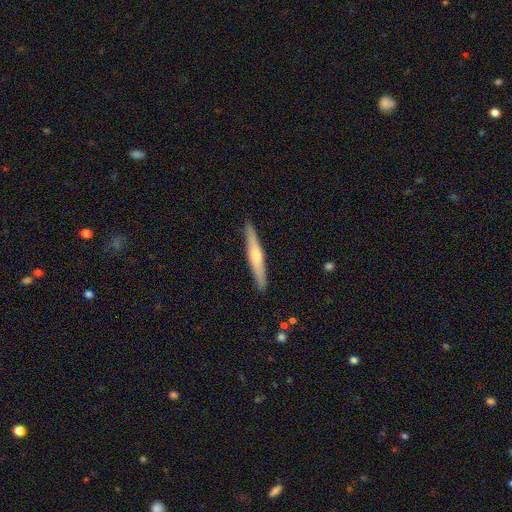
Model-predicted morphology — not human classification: type=featured or disk (51%); edge-on=yes (96%); merging=none (90%).